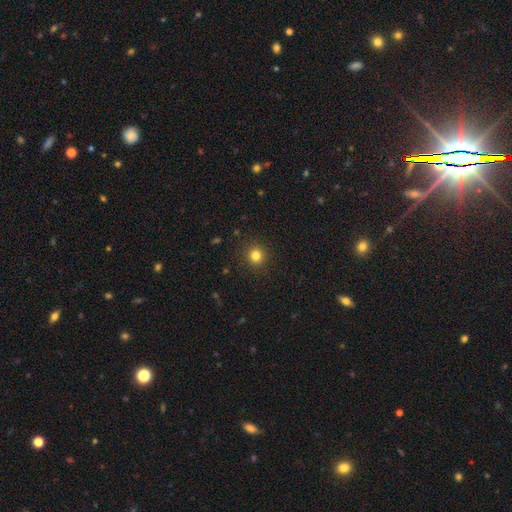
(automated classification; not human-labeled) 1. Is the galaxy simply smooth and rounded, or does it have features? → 81% smooth, 14% star or artifact, 5% featured or disk.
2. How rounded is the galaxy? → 91% round, 8% in between, 1% cigar-shaped.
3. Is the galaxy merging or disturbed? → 92% none, 5% minor disturbance, 2% major disturbance, 1% merger.